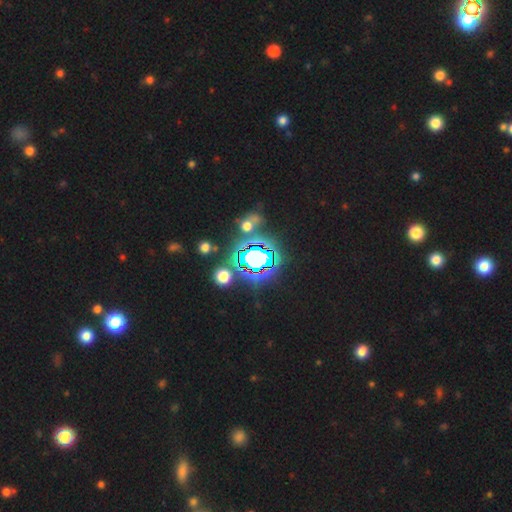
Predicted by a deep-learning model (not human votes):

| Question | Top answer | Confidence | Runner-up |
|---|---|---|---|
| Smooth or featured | star or artifact | 72% | smooth (16%) |